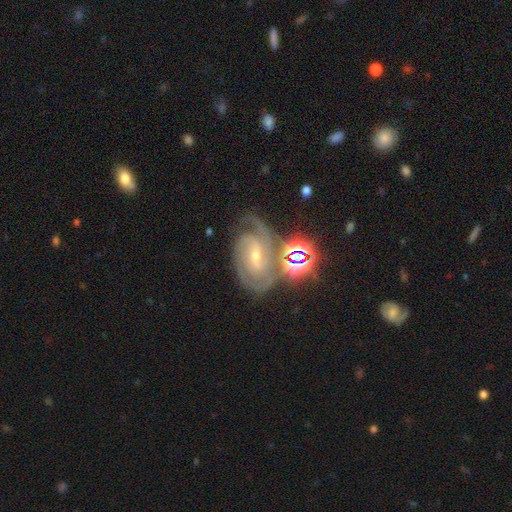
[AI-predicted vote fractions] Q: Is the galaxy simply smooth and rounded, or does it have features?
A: featured or disk — 83%.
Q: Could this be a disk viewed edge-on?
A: no — 97%.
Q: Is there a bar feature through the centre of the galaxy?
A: weak — 45%.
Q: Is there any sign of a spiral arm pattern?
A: yes — 98%.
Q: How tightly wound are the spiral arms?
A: tight — 59%.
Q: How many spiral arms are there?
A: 2 — 55%.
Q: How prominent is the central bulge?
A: small — 63%.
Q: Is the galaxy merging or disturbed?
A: none — 62%.